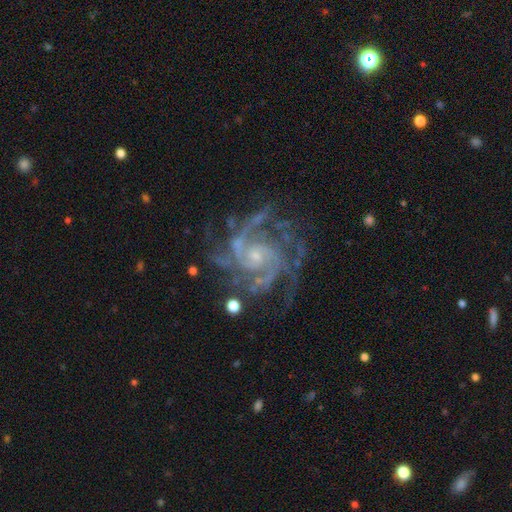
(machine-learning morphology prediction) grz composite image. It shows a featured or disk galaxy (92%) with no bar (66%), 3 (29%) tight (55%) spiral arms (98%) and a small central bulge (73%). Merging: none (68%).